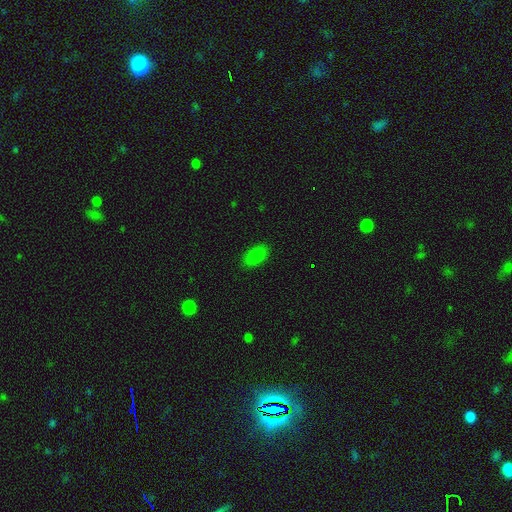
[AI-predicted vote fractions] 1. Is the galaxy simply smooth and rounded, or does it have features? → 81% smooth, 10% star or artifact, 8% featured or disk.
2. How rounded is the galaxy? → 92% in between, 6% round, 3% cigar-shaped.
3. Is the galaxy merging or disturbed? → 86% none, 10% minor disturbance, 2% major disturbance, 1% merger.